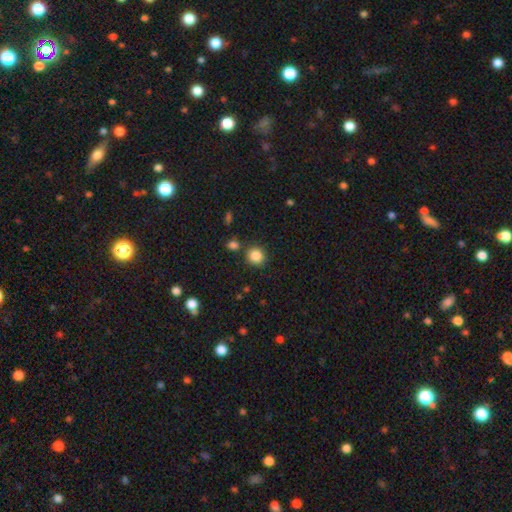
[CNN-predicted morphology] smooth-or-featured: smooth: 86% | star or artifact: 10% | featured or disk: 4%
  how-rounded: round: 88% | in between: 11% | cigar-shaped: 1%
  merging: none: 83% | minor disturbance: 8% | merger: 7% | major disturbance: 3%